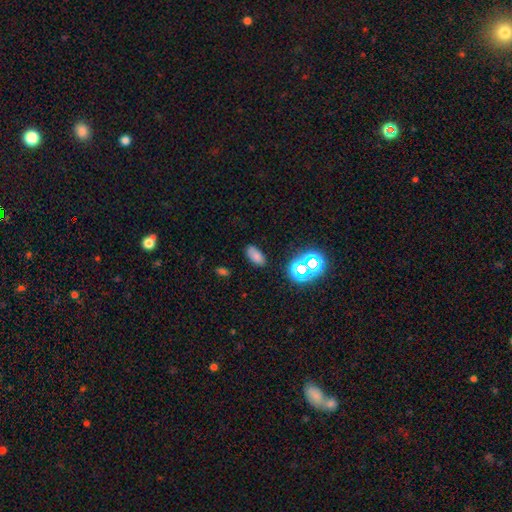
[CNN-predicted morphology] smooth 73%, star or artifact 19%, featured or disk 8%. Down the decision tree: how rounded — in between (91%); merging — none (81%).